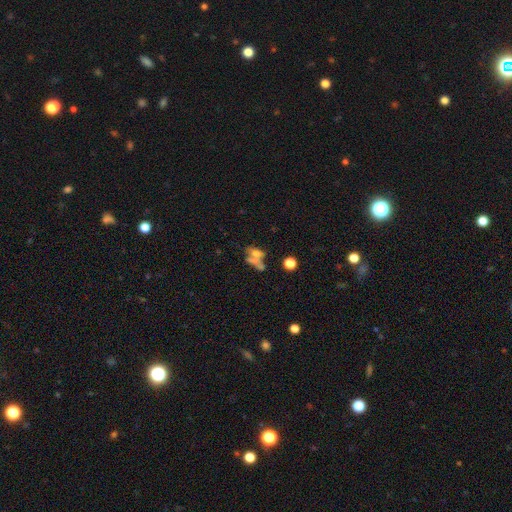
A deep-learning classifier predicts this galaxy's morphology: Smooth or featured? Predicted: smooth (p=0.49). Merging? Predicted: merger (p=0.40).